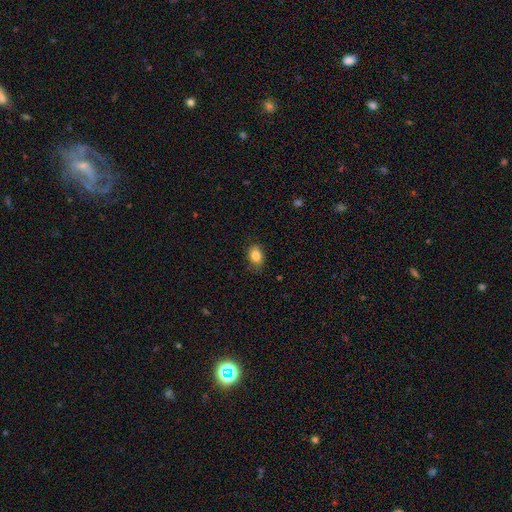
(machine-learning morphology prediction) Smooth or featured? smooth (84%)
How rounded? in between (74%)
Merging? none (81%)